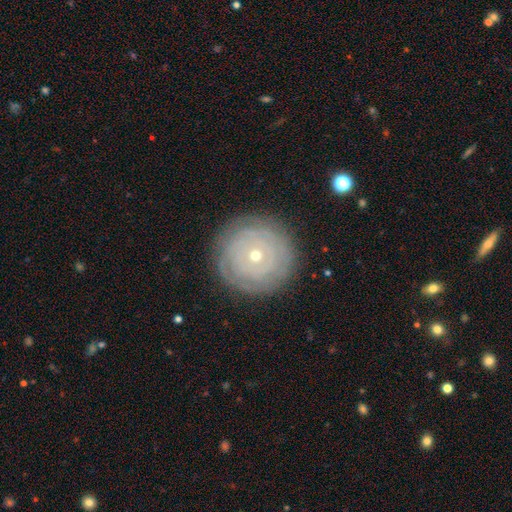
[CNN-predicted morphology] A featured or disk galaxy (70%) with no bar (88%), spiral arms (72%) and a small central bulge (71%). Merging: none (85%).